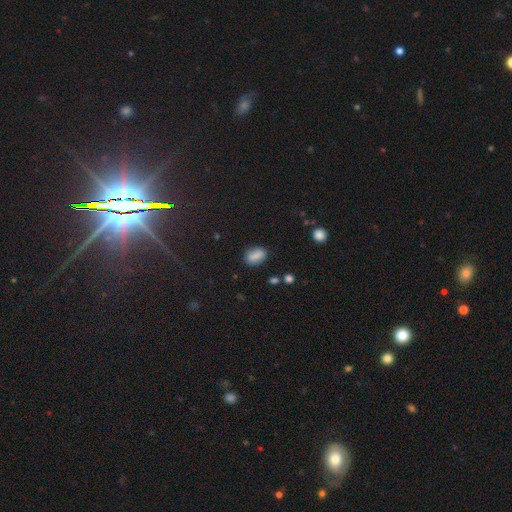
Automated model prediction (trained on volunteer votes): This appears to be a smooth galaxy with no disk features (81%) that is in between round and cigar-shaped (82%). Merging: none (79%).